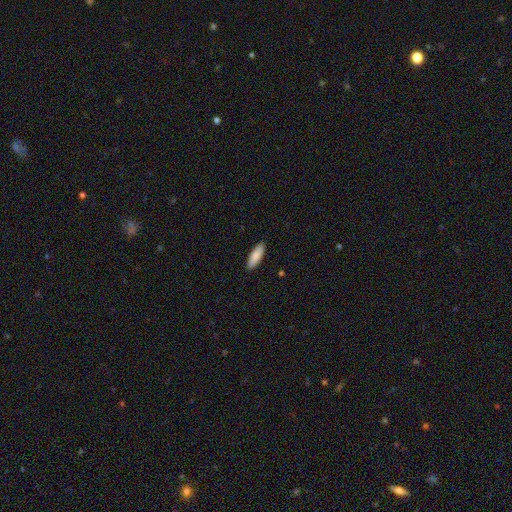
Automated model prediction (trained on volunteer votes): This appears to be a smooth galaxy with no disk features (87%) that is in between round and cigar-shaped (58%). Merging: none (90%).